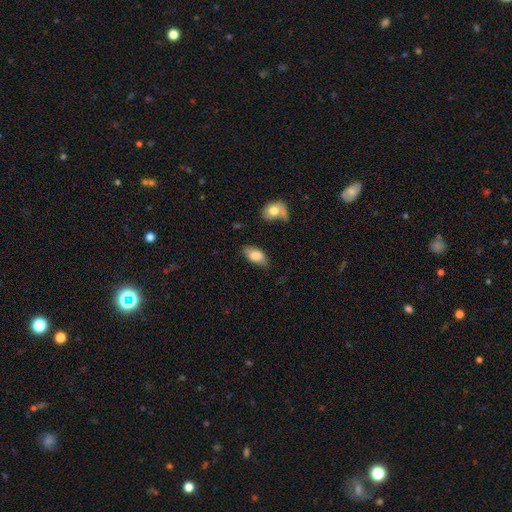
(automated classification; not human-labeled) This appears to be a smooth galaxy with no disk features (79%) that is in between round and cigar-shaped (92%). Merging: none (67%).